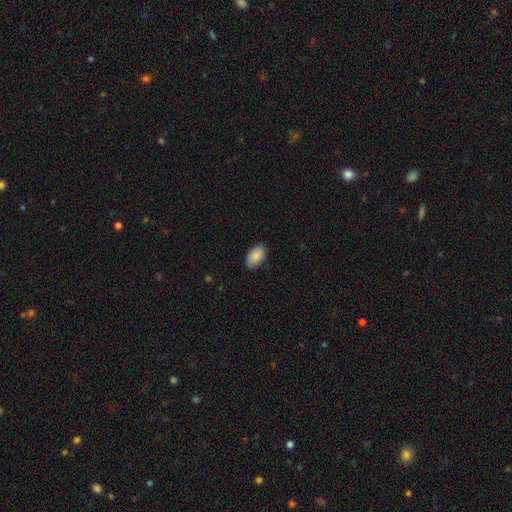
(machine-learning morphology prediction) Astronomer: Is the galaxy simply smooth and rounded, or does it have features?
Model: smooth — 87%.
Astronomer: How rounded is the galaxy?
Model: in between — 94%.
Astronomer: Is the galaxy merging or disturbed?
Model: none — 87%.